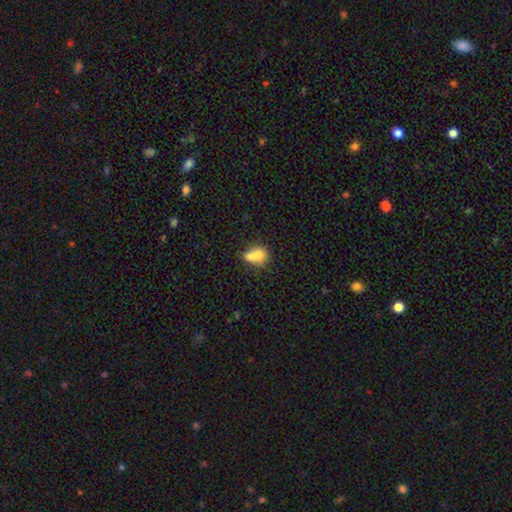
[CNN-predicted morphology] type=smooth (71%); roundness=round (53%); merging=merger (64%).